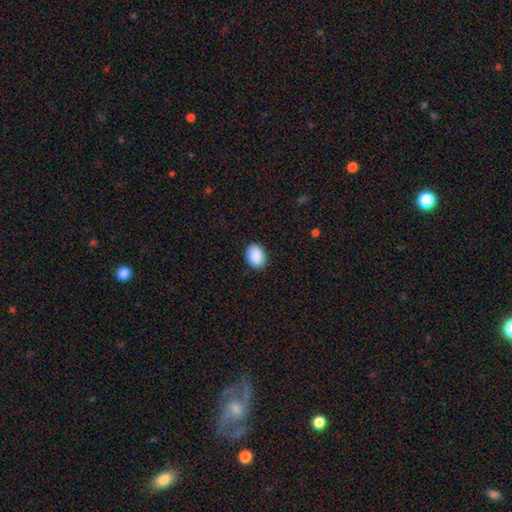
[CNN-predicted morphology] Smooth or featured? Predicted: smooth (p=0.91). How rounded? Predicted: in between (p=0.69). Merging? Predicted: none (p=0.89).